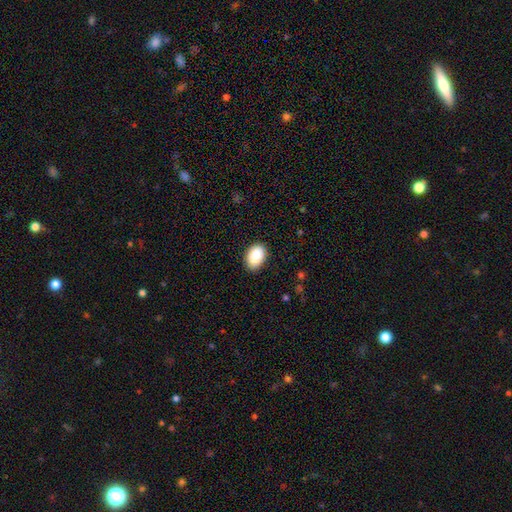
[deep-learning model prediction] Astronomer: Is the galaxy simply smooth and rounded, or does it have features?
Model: smooth — 91%.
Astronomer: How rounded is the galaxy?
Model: in between — 91%.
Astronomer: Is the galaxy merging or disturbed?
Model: none — 86%.